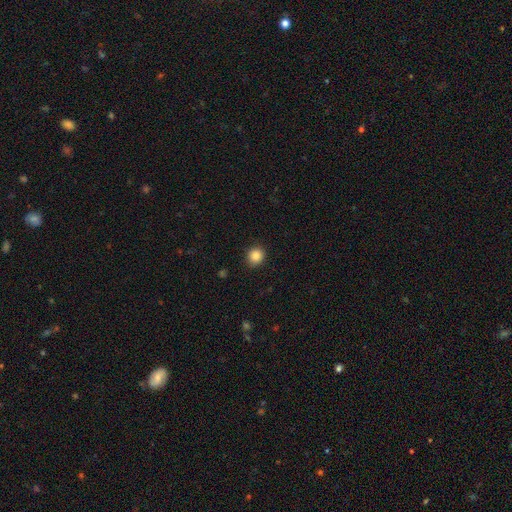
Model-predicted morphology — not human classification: Smooth or featured? smooth (87%)
How rounded? round (85%)
Merging? none (90%)